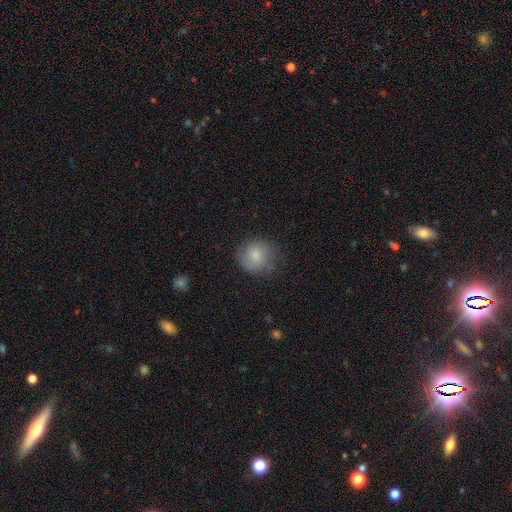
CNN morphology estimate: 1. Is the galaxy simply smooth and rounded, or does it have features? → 81% smooth, 11% featured or disk, 8% star or artifact.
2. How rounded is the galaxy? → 84% round, 15% in between, 1% cigar-shaped.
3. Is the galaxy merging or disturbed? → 68% none, 23% minor disturbance, 8% major disturbance, 1% merger.